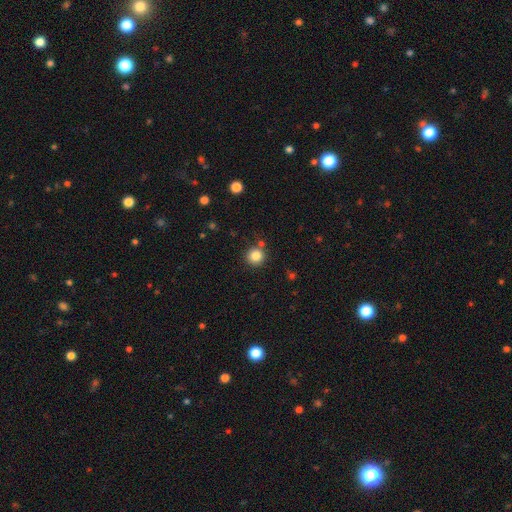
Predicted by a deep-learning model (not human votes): Morphology: type=smooth (84%); roundness=round (94%); merging=none (83%).